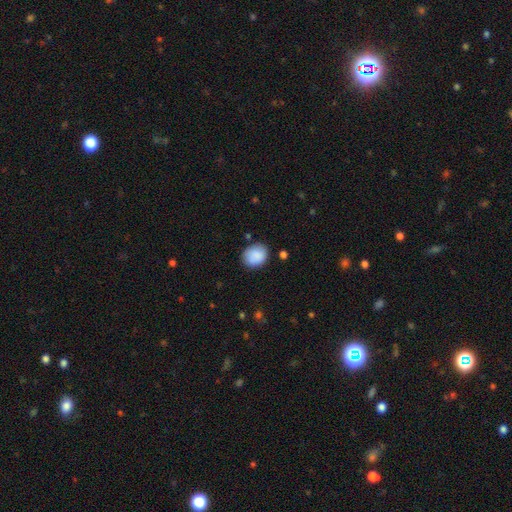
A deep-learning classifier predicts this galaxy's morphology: This appears to be a smooth galaxy with no disk features (88%) that is round (59%). Merging: none (80%).